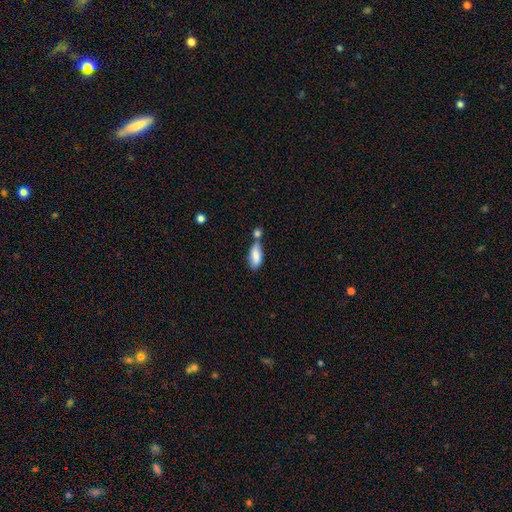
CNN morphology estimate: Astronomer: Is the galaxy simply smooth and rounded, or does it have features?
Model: smooth — 83%.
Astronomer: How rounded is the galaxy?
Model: in between — 82%.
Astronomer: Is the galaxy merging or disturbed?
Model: none — 40% (runner-up: merger, 38%).